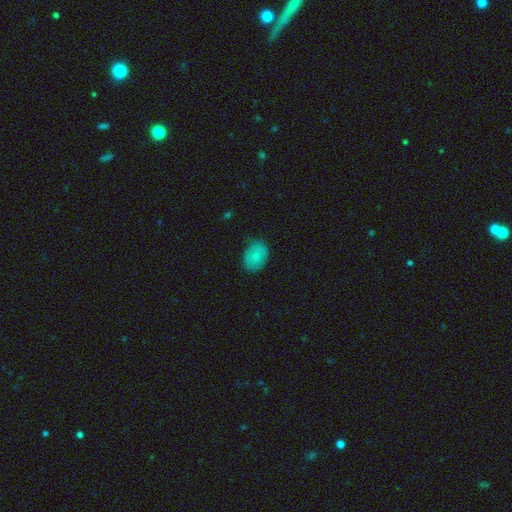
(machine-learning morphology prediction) Smooth or featured?
  - smooth: 76% *
  - featured or disk: 16%
  - star or artifact: 8%
How rounded?
  - in between: 70% *
  - round: 29%
  - cigar-shaped: 1%
Merging?
  - none: 74% *
  - minor disturbance: 21%
  - major disturbance: 4%
  - merger: 1%